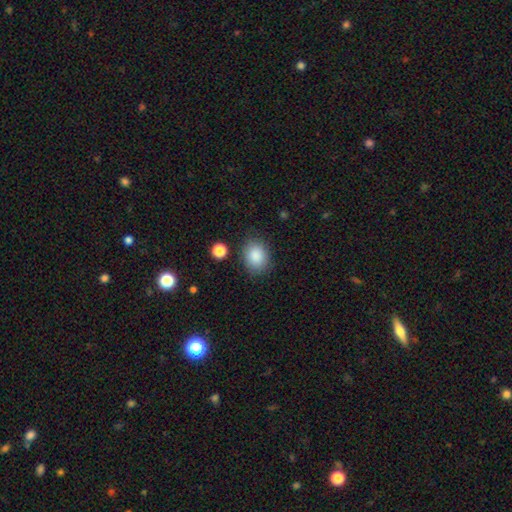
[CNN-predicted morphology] A smooth galaxy with no disk features (88%) that is in between round and cigar-shaped (60%). Merging: none (81%).